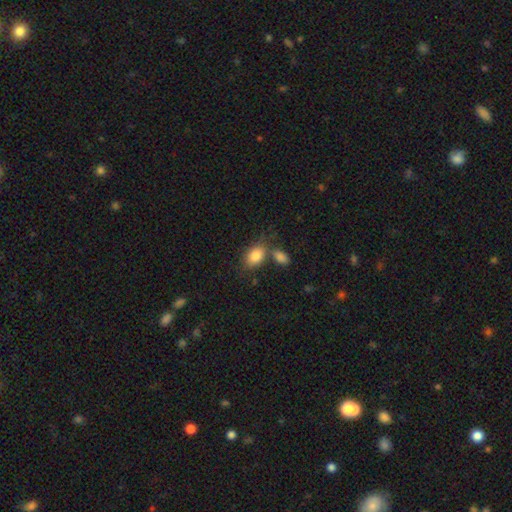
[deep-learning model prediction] Morphology: type=smooth (84%); roundness=in between (85%); merging=none (57%).